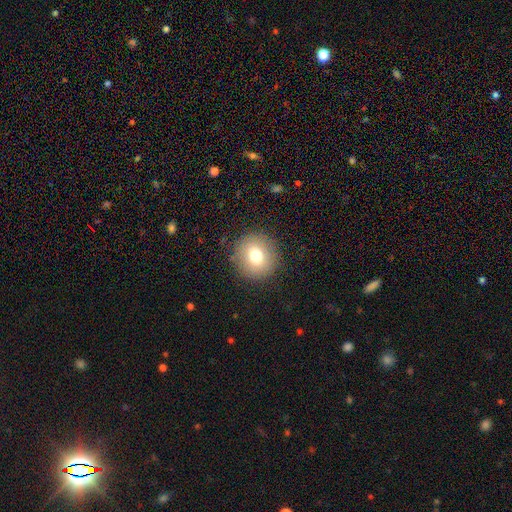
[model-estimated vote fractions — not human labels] Smooth or featured? smooth (75%)
How rounded? round (92%)
Merging? none (89%)